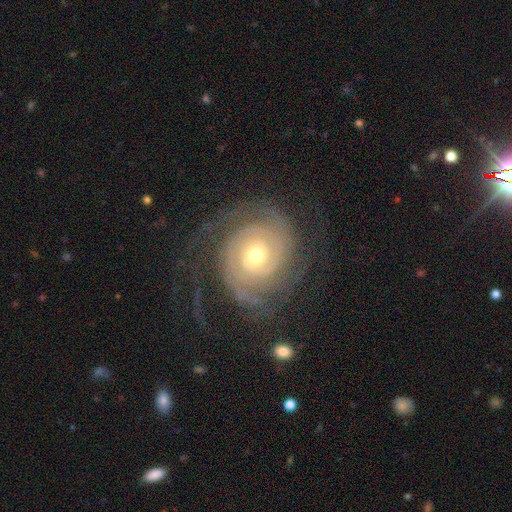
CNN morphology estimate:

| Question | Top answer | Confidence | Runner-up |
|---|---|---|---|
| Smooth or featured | featured or disk | 88% | smooth (7%) |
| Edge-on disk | no | 97% | yes (3%) |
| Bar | no | 72% | weak (22%) |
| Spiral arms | yes | 97% | no (3%) |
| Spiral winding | tight | 71% | medium (23%) |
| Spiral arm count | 2 | 47% | can't tell (20%) |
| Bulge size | moderate | 53% | small (41%) |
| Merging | none | 69% | minor disturbance (16%) |